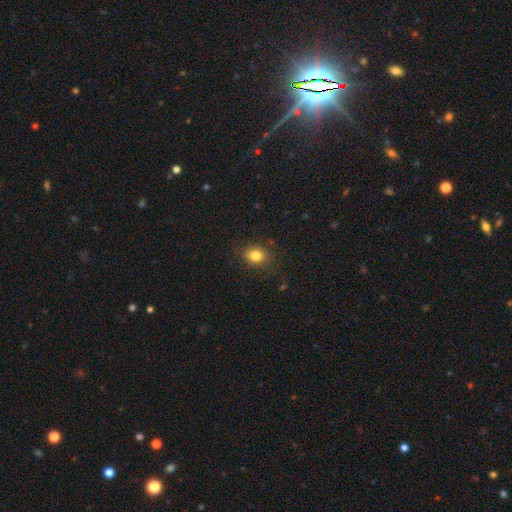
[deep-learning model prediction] Q: Smooth or featured?
A: smooth (81%); runner-up: star or artifact (12%)
Q: How rounded?
A: round (55%); runner-up: in between (44%)
Q: Merging?
A: none (84%); runner-up: minor disturbance (11%)